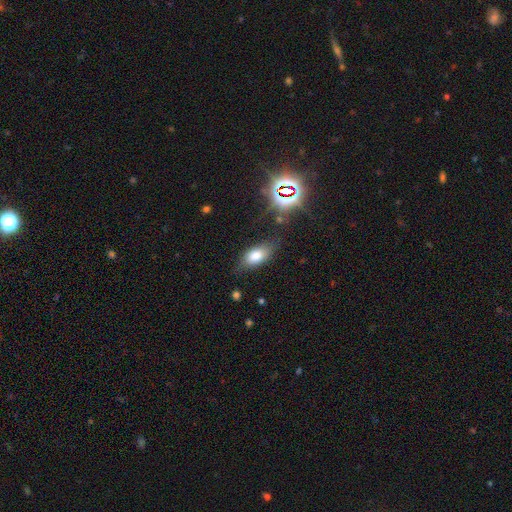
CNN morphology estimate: smooth-or-featured: smooth: 74% | featured or disk: 14% | star or artifact: 12%
  how-rounded: in between: 86% | cigar-shaped: 8% | round: 6%
  merging: none: 71% | minor disturbance: 20% | major disturbance: 6% | merger: 3%